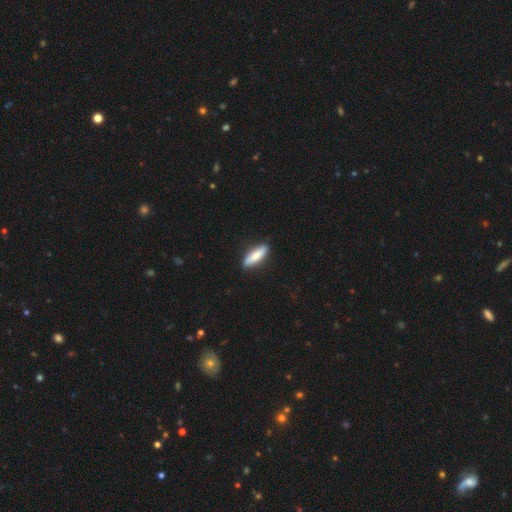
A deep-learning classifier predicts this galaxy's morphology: Q: Smooth or featured?
A: smooth (78%); runner-up: featured or disk (17%)
Q: How rounded?
A: cigar-shaped (60%); runner-up: in between (38%)
Q: Merging?
A: none (87%); runner-up: minor disturbance (10%)